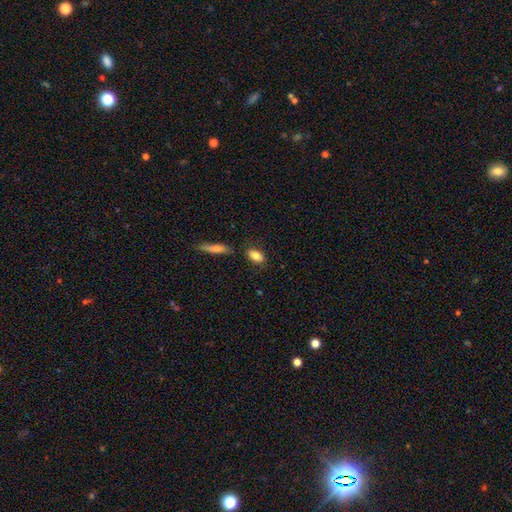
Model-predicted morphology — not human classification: Overall: smooth (82%). How rounded: in between (86%). Merging: none (77%).